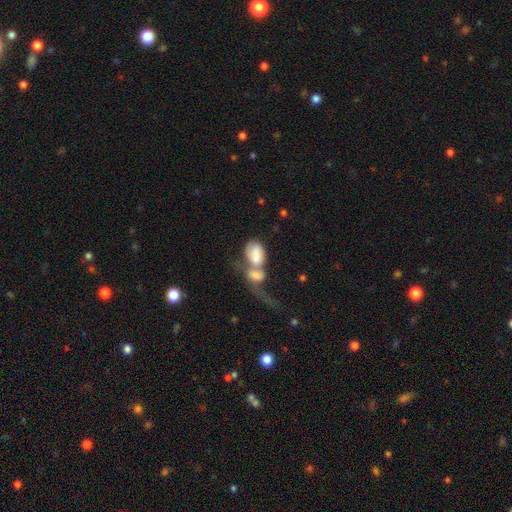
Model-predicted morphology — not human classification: Q: Smooth or featured?
A: smooth (67%); runner-up: featured or disk (25%)
Q: How rounded?
A: in between (85%); runner-up: round (13%)
Q: Merging?
A: merger (72%); runner-up: major disturbance (15%)